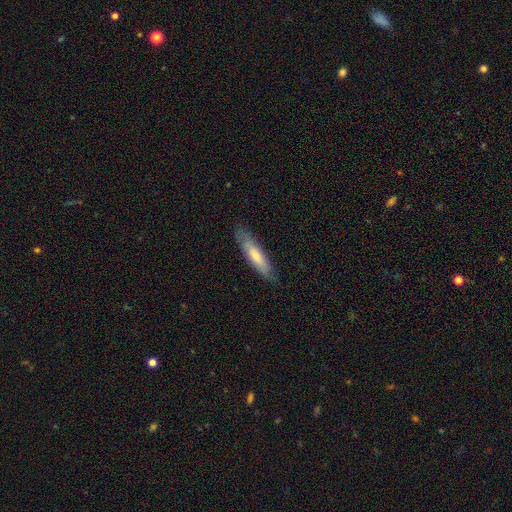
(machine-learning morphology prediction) smooth_or_featured: smooth (p=0.66) [alt: featured or disk p=0.29]
how_rounded: cigar-shaped (p=0.75) [alt: in between p=0.24]
merging: none (p=0.81) [alt: minor disturbance p=0.15]